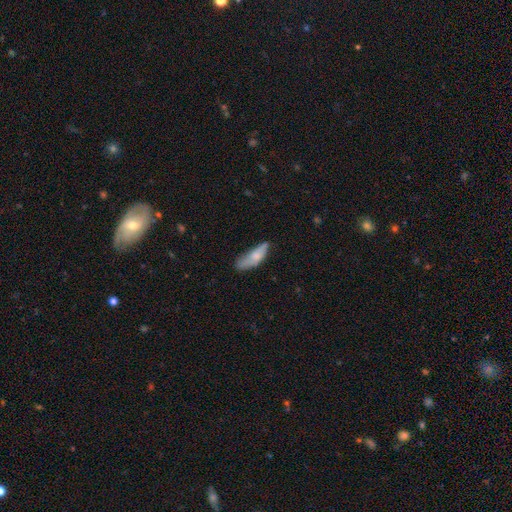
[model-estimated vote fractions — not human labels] A smooth galaxy with no disk features (70%) that is in between round and cigar-shaped (57%).

Vote fractions:
- Smooth or featured? smooth: 70% / featured or disk: 22% / star or artifact: 7%
- How rounded? in between: 57% / cigar-shaped: 41% / round: 2%
- Merging? none: 41% / minor disturbance: 35% / major disturbance: 18% / merger: 6%